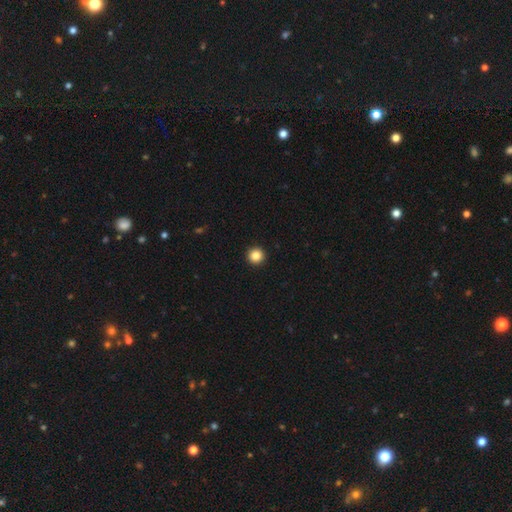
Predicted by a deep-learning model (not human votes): smooth_or_featured: smooth (p=0.86) [alt: star or artifact p=0.10]
how_rounded: round (p=0.96) [alt: in between p=0.03]
merging: none (p=0.94) [alt: minor disturbance p=0.03]